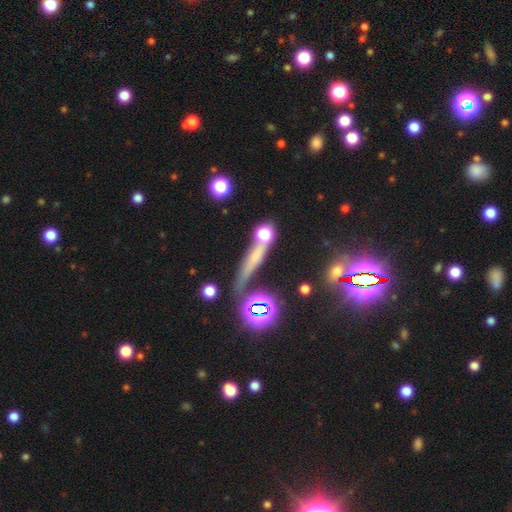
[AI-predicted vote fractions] This is marginally a smooth galaxy (44%). Merging: likely none (63%).